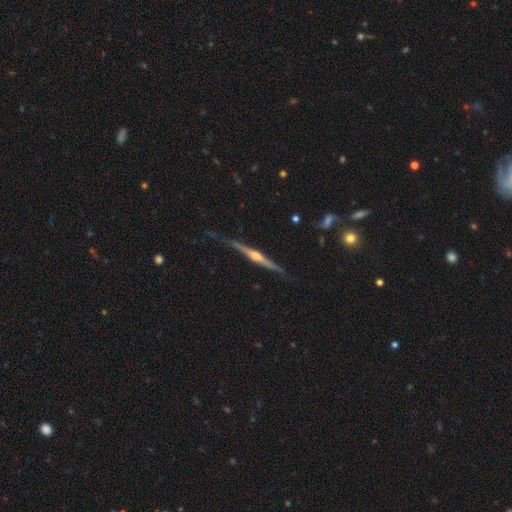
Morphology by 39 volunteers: This appears to be a featured or disk galaxy (82%) viewed edge-on (100%) with a rounded central bulge (100%). Merging: none (69%).